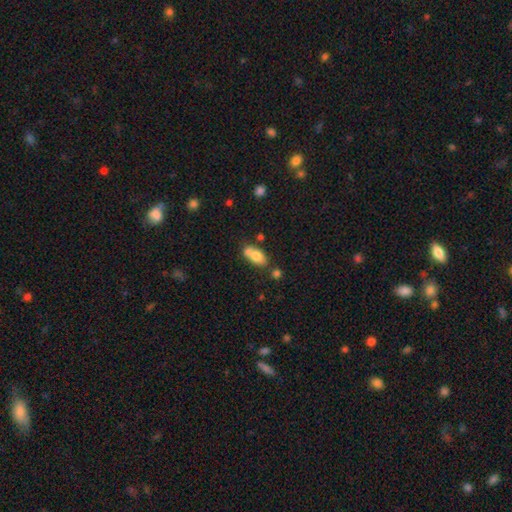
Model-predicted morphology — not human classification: A smooth galaxy with no disk features (73%) that is in between round and cigar-shaped (81%). Merging: merger (42%).